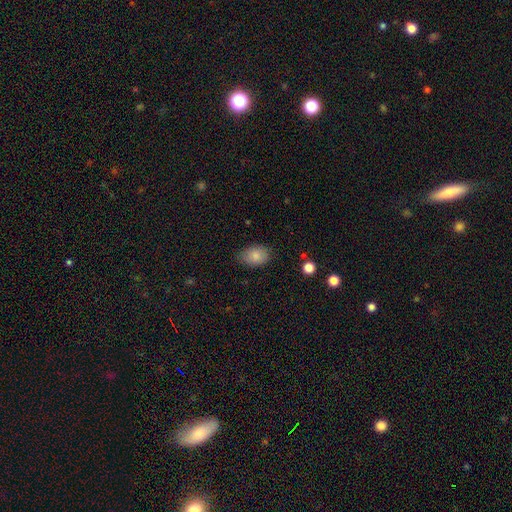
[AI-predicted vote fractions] A smooth galaxy with no disk features (84%) that is in between round and cigar-shaped (82%). Merging: none (77%).